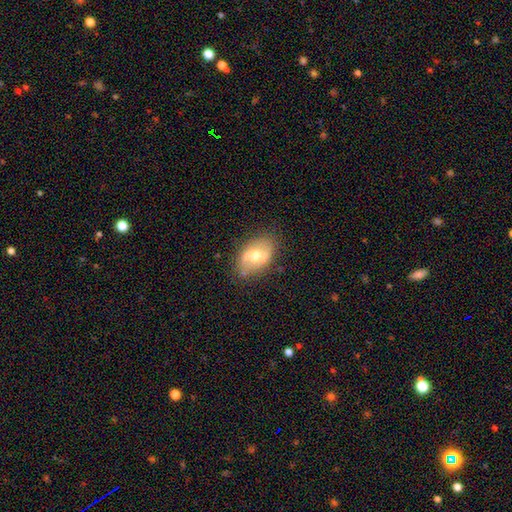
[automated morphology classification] Smooth or featured: featured or disk — 48% (smooth — 45%)
Merging: none — 78% (minor disturbance — 16%)